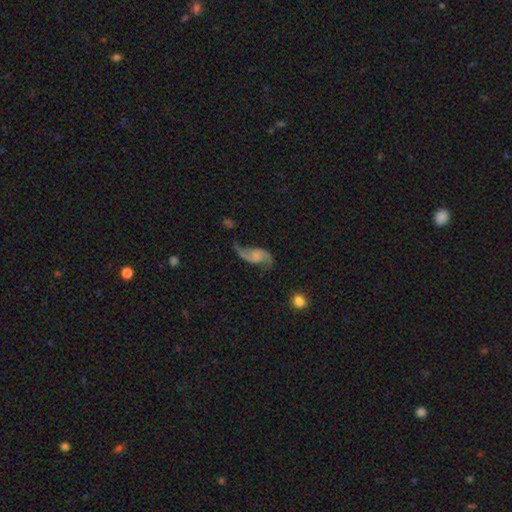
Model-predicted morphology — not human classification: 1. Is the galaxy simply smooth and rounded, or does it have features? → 84% featured or disk, 9% smooth, 6% star or artifact.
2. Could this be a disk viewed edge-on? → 97% no, 3% yes.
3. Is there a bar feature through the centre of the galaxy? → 59% no, 32% weak, 9% strong.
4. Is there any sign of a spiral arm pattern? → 95% yes, 5% no.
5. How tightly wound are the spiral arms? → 82% loose, 15% medium, 4% tight.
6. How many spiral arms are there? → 92% 2, 3% 1, 2% can't tell, 1% 3, 1% 4, 1% more than 4.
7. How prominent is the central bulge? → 58% none, 23% small, 12% moderate, 6% large, 2% dominant.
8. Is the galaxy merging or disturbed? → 61% none, 18% minor disturbance, 16% major disturbance, 4% merger.